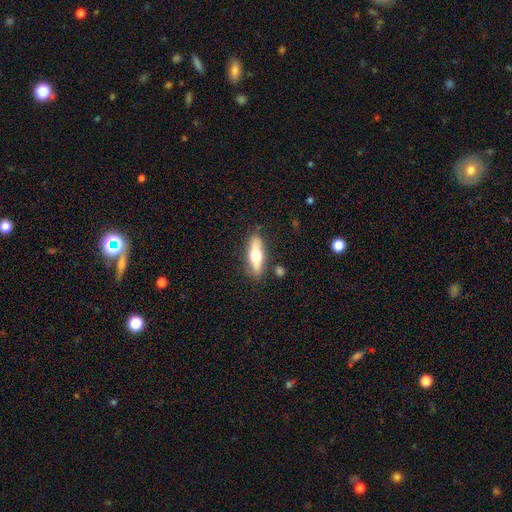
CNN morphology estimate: A smooth galaxy with no disk features (53%) that is cigar-shaped (59%). Merging: none (81%).